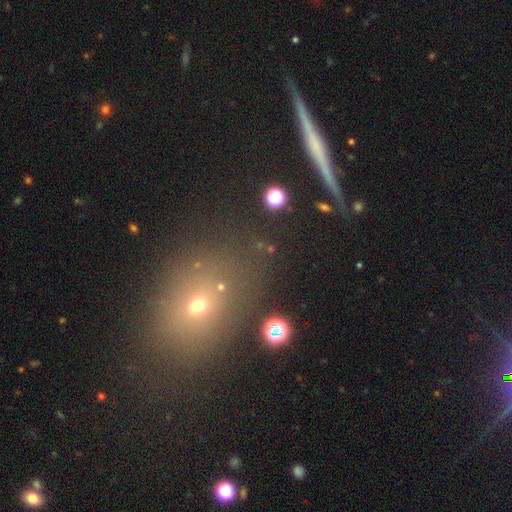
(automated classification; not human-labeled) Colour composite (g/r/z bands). It shows a smooth galaxy with no disk features (41%). Merging: none (79%).